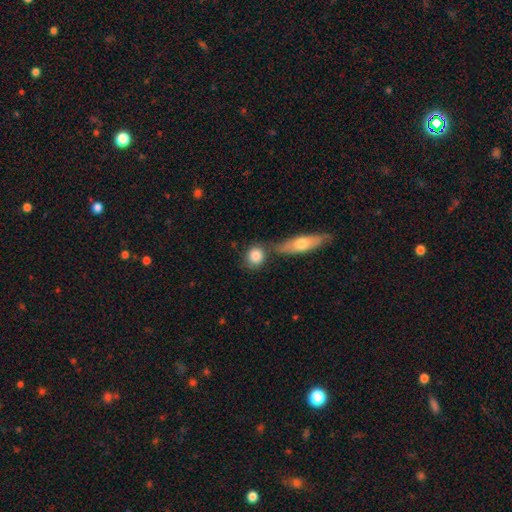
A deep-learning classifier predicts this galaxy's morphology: Q: Smooth or featured?
A: smooth (83%); runner-up: featured or disk (10%)
Q: How rounded?
A: round (72%); runner-up: in between (23%)
Q: Merging?
A: none (60%); runner-up: merger (24%)